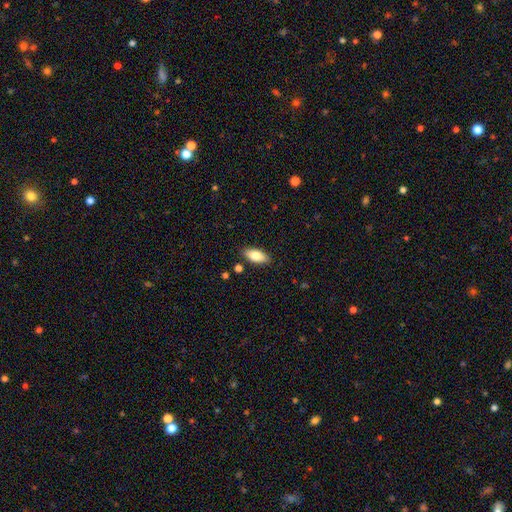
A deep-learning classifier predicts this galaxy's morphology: Q: Smooth or featured?
A: smooth (79%); runner-up: featured or disk (14%)
Q: How rounded?
A: in between (86%); runner-up: cigar-shaped (11%)
Q: Merging?
A: none (87%); runner-up: minor disturbance (9%)